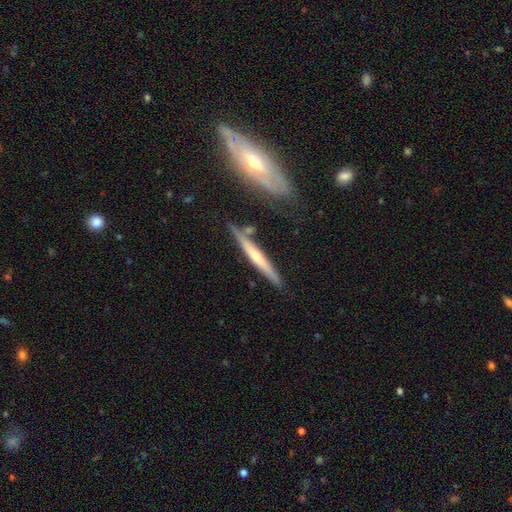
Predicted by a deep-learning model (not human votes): Smooth or featured? Predicted: featured or disk (p=0.58). Edge-on disk? Predicted: yes (p=0.94). Edge-on bulge? Predicted: rounded (p=0.58). Merging? Predicted: none (p=0.79).